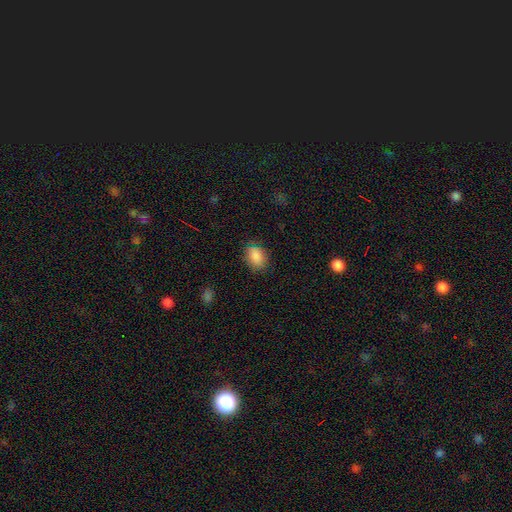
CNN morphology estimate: type=smooth (87%); roundness=in between (72%); merging=none (80%).